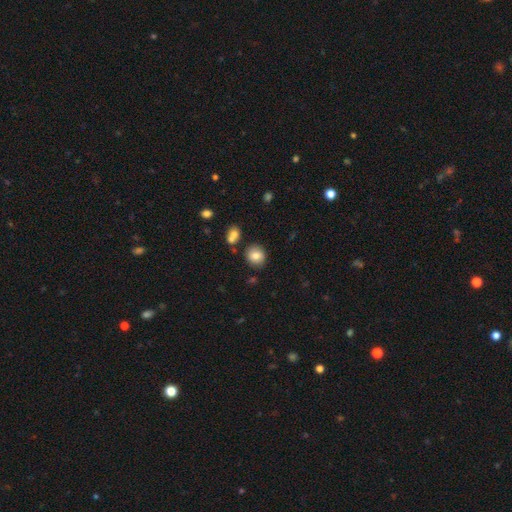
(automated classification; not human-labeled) The model was most divided on "smooth or featured": smooth: 78%, featured or disk: 11%, star or artifact: 10%. More confident: how rounded — round (85%); merging — none (82%).